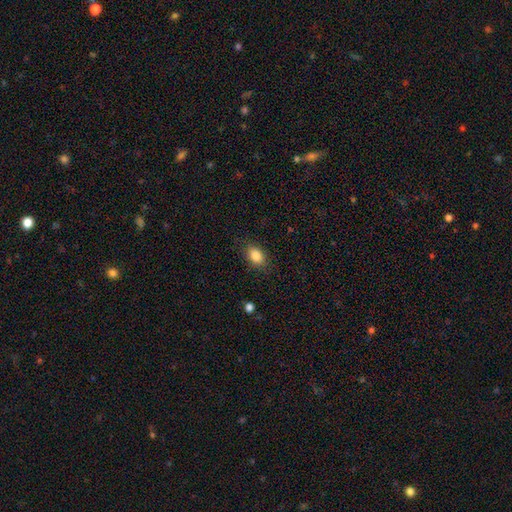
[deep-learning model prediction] Smooth or featured? Predicted: smooth (p=0.86). How rounded? Predicted: in between (p=0.80). Merging? Predicted: none (p=0.85).